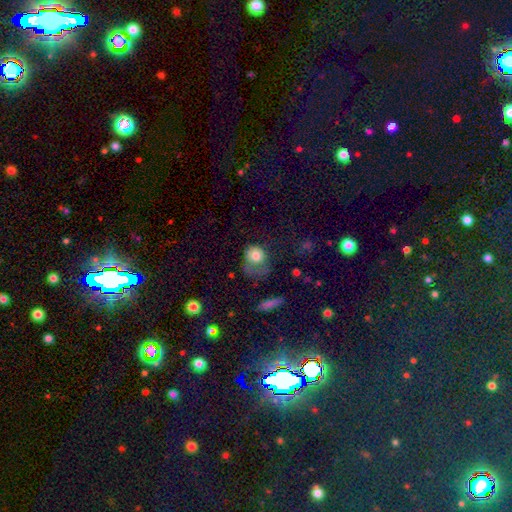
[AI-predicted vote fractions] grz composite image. It shows a smooth galaxy with no disk features (74%) that is round (64%). Merging: major disturbance (50%).